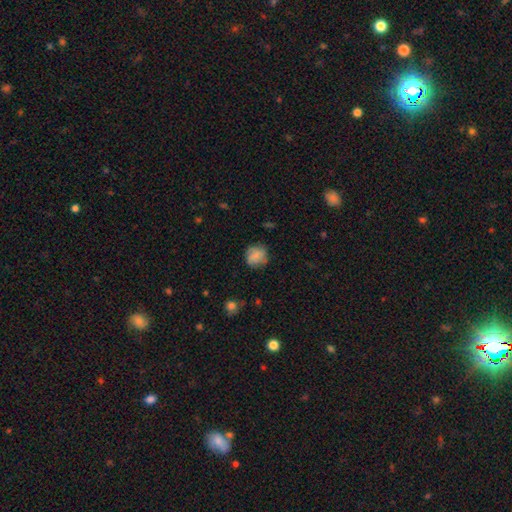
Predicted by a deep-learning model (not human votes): Overall: smooth (74%). How rounded: round (80%). Merging: none (73%).